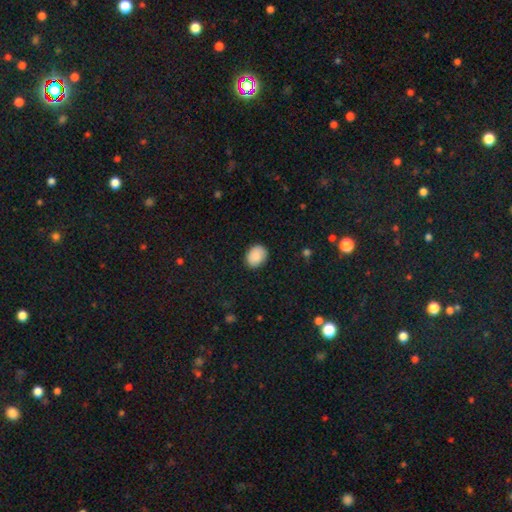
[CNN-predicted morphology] type=smooth (89%); roundness=in between (63%); merging=none (88%).